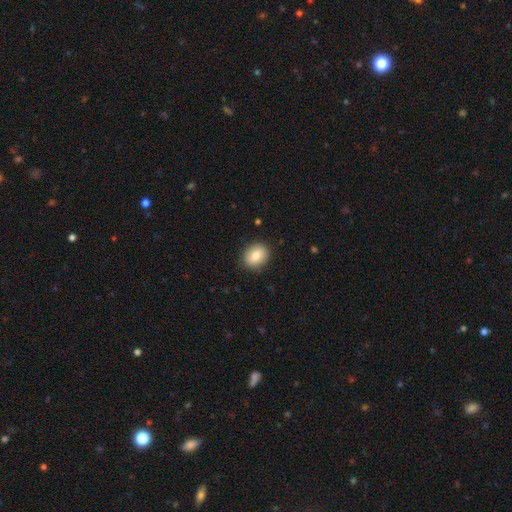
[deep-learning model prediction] The model was most divided on "how rounded": round: 53%, in between: 46%, cigar-shaped: 1%. More confident: merging — none (89%); smooth or featured — smooth (83%).